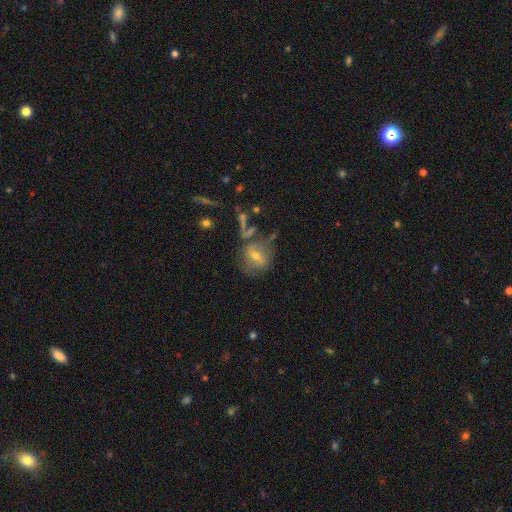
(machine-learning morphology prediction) The model was most divided on "smooth or featured": featured or disk: 44%, smooth: 43%, star or artifact: 13%. More confident: merging — none (55%).